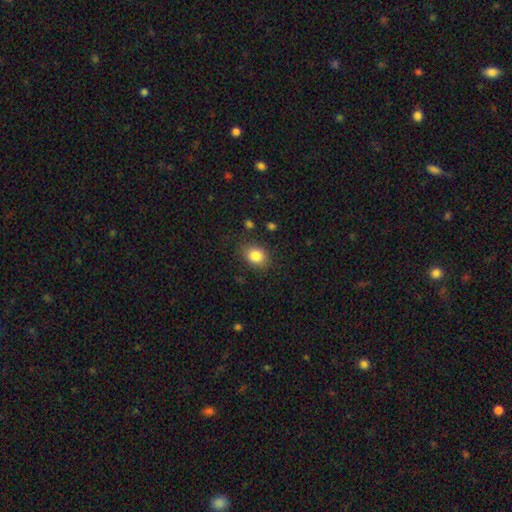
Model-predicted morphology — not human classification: Q: Smooth or featured?
A: smooth (84%); runner-up: star or artifact (10%)
Q: How rounded?
A: in between (53%); runner-up: round (46%)
Q: Merging?
A: none (81%); runner-up: minor disturbance (13%)